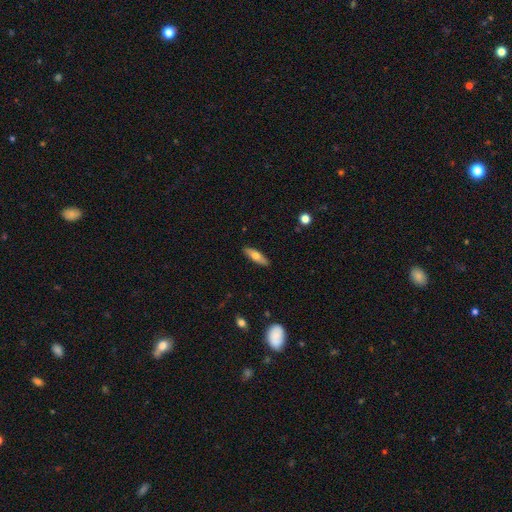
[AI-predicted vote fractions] Overall: smooth (62%; featured or disk 31%). How rounded: in between (51%; cigar-shaped 46%). Merging: none (88%).